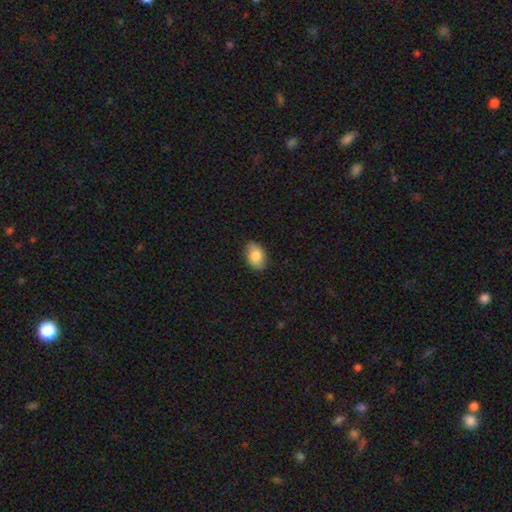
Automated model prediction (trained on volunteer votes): smooth-or-featured: smooth: 82% | featured or disk: 11% | star or artifact: 7%
  how-rounded: in between: 88% | round: 11% | cigar-shaped: 1%
  merging: none: 83% | minor disturbance: 13% | major disturbance: 2% | merger: 1%